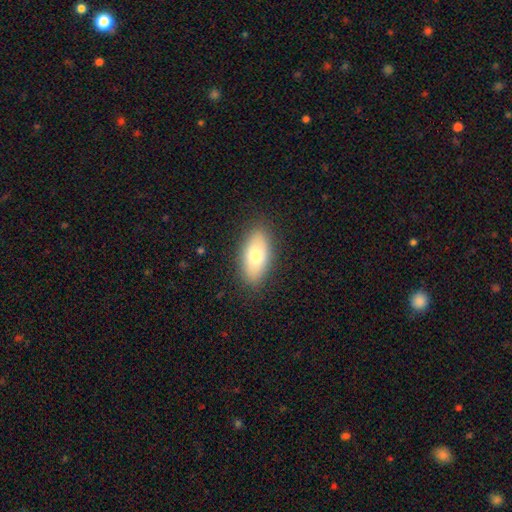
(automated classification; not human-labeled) Overall: smooth (72%). How rounded: in between (90%). Merging: none (88%).